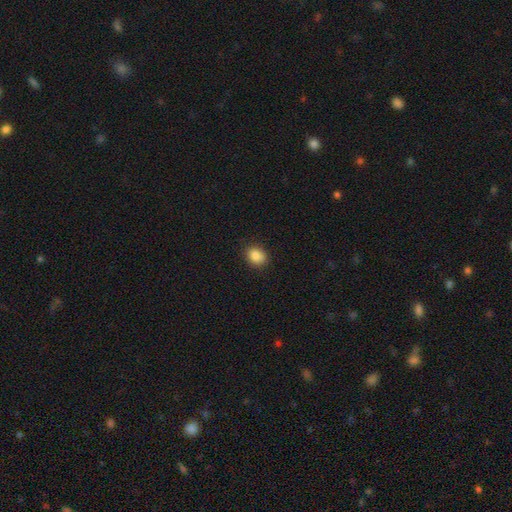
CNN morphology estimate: smooth 86%, star or artifact 9%, featured or disk 4%. Down the decision tree: how rounded — round (51%); merging — none (87%).